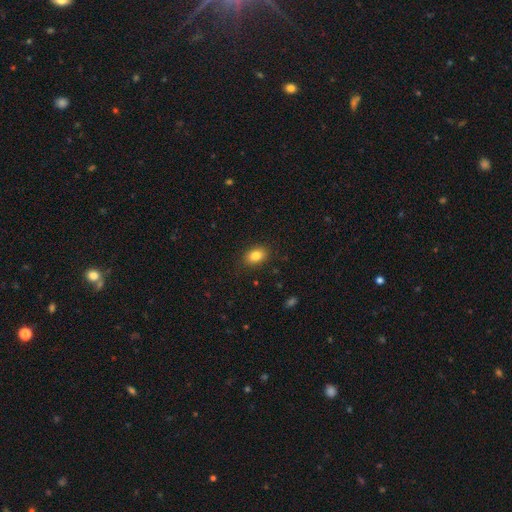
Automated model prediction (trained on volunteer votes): smooth 84%, star or artifact 9%, featured or disk 7%. Down the decision tree: how rounded — in between (77%); merging — none (87%).